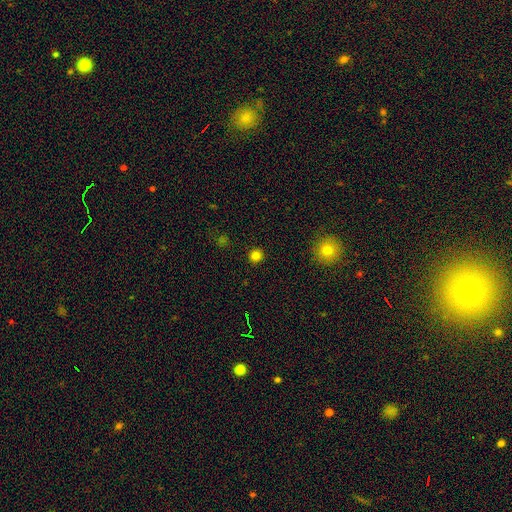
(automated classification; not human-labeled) This is clearly a smooth galaxy (81%). How rounded: clearly round (93%). Merging: clearly none (92%).